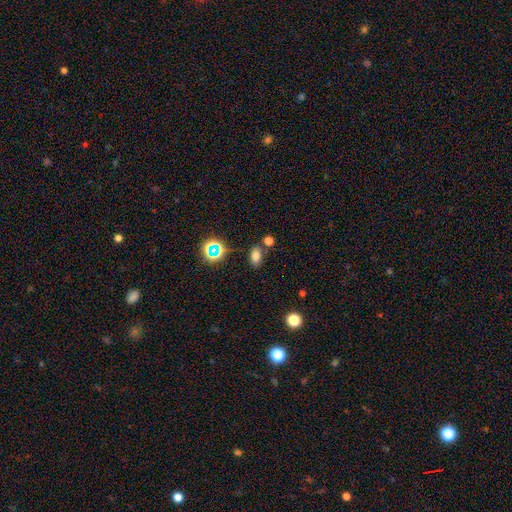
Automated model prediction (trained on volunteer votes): Smooth or featured: smooth — 74% (star or artifact — 18%)
How rounded: in between — 83% (round — 14%)
Merging: none — 74% (minor disturbance — 13%)